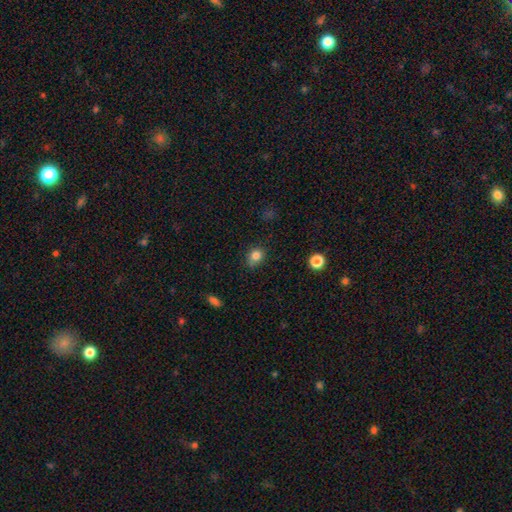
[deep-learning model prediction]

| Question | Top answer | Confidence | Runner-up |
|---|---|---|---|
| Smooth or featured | smooth | 82% | star or artifact (12%) |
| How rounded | round | 63% | in between (36%) |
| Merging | none | 71% | minor disturbance (22%) |